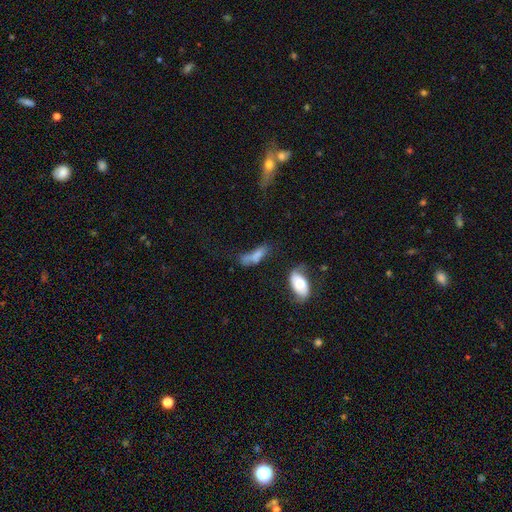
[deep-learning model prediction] smooth 68%, featured or disk 22%, star or artifact 11%. Down the decision tree: how rounded — in between (57%); merging — none (30%).